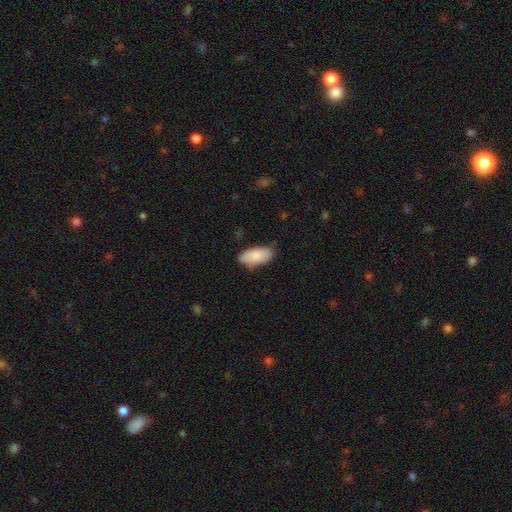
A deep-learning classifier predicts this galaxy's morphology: A smooth galaxy with no disk features (86%) that is in between round and cigar-shaped (93%). Merging: none (75%).